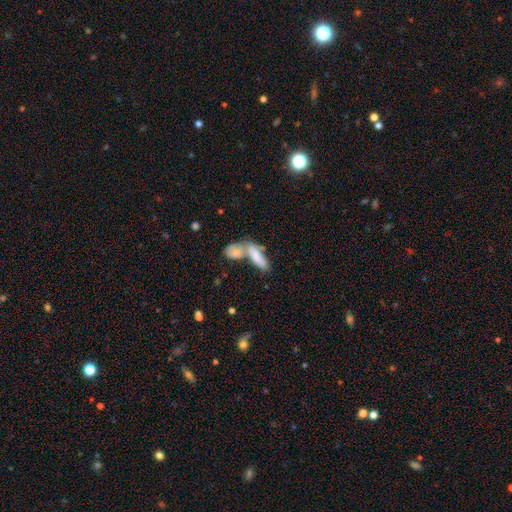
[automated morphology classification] The model was most divided on "how rounded": in between: 65%, cigar-shaped: 32%, round: 3%. More confident: smooth or featured — smooth (76%); merging — merger (65%).